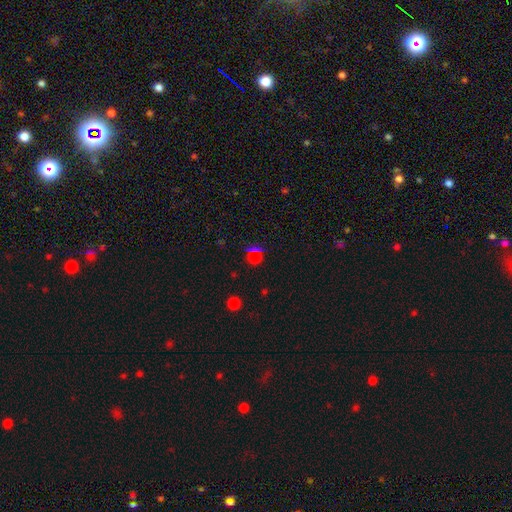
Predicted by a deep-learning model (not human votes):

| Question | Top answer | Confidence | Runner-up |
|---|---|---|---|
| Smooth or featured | smooth | 52% | star or artifact (41%) |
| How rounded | round | 92% | in between (7%) |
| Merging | none | 85% | minor disturbance (8%) |